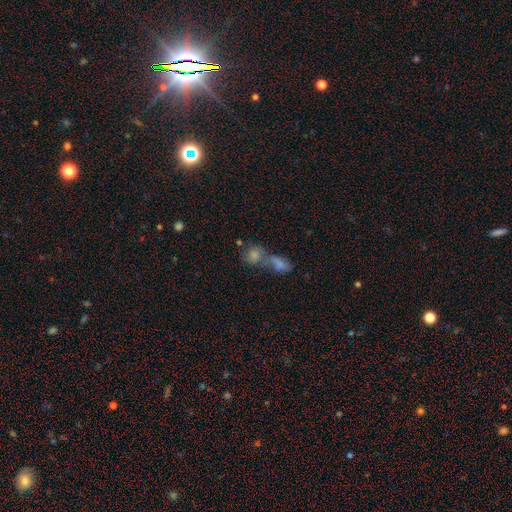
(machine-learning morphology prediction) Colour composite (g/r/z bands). It shows a smooth galaxy with no disk features (71%) that is round (54%). Merging: merger (66%).